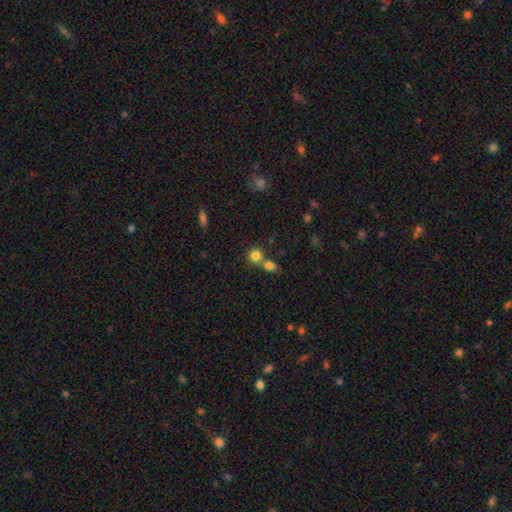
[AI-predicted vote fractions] smooth_or_featured: smooth (p=0.80) [alt: star or artifact p=0.12]
how_rounded: round (p=0.86) [alt: in between p=0.13]
merging: none (p=0.49) [alt: merger p=0.42]